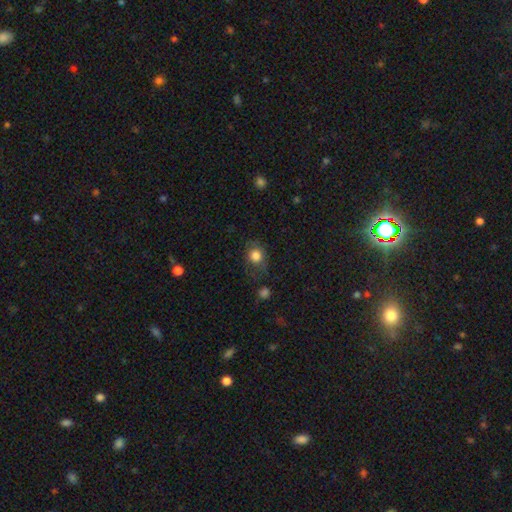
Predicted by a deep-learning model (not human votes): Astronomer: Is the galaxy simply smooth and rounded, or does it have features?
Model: smooth — 81%.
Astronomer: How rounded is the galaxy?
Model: round — 68%.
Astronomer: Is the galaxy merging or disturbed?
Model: none — 68%.